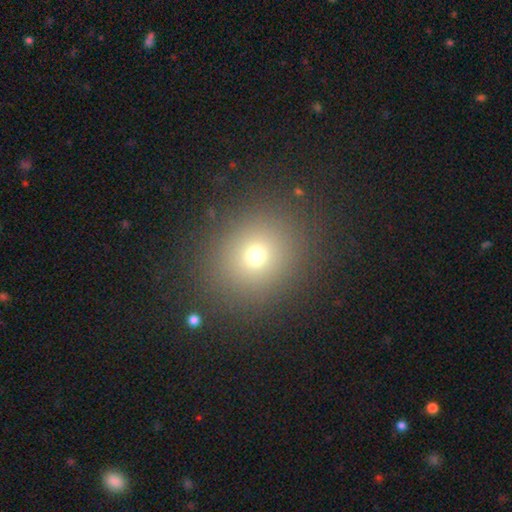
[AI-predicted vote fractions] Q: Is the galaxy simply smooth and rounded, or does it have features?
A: smooth — 69%.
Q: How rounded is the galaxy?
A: round — 79%.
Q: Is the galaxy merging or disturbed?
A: none — 87%.